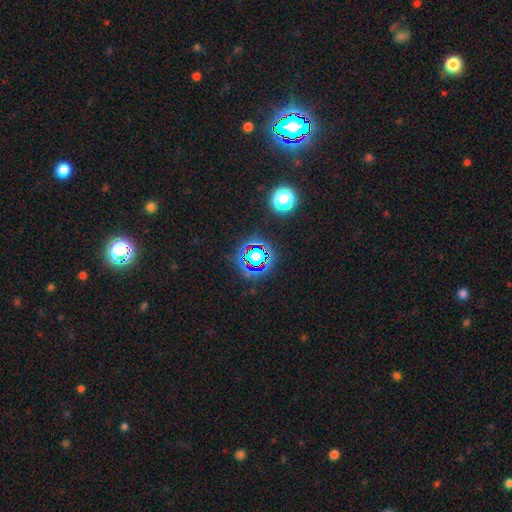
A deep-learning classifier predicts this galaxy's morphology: Smooth or featured: star or artifact — 77% (smooth — 15%)